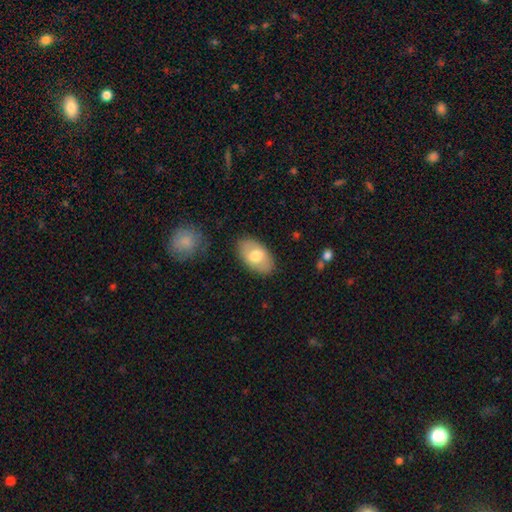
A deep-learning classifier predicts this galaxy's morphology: Smooth or featured? Predicted: smooth (p=0.69). How rounded? Predicted: in between (p=0.93). Merging? Predicted: none (p=0.84).